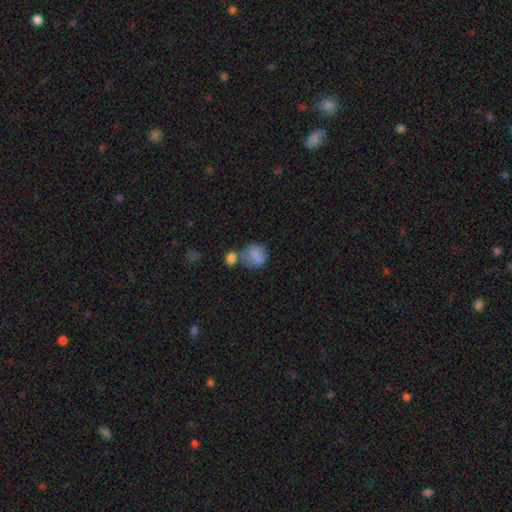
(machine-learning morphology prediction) This is likely a smooth galaxy (77%). How rounded: likely round (76%). Merging: marginally none (39%).